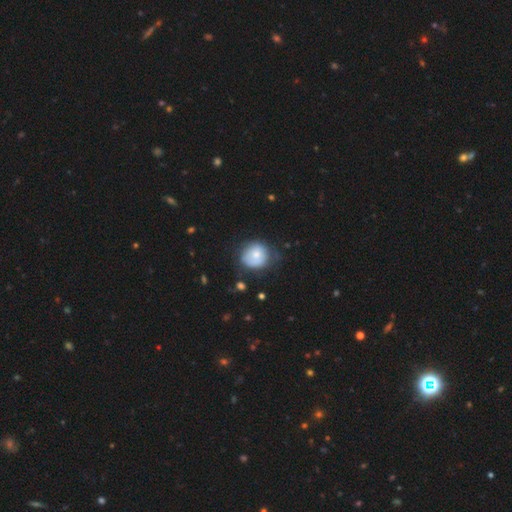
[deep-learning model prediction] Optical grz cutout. It shows a smooth galaxy with no disk features (71%) that is round (79%). Merging: none (54%).